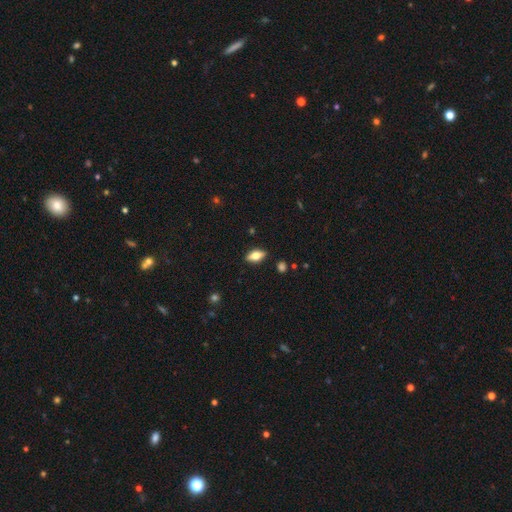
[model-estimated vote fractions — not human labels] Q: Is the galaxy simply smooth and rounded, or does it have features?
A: smooth — 65%.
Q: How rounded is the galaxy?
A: in between — 85%.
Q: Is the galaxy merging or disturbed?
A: none — 87%.